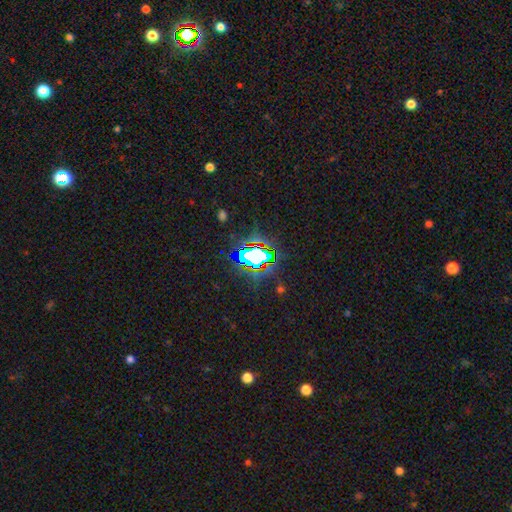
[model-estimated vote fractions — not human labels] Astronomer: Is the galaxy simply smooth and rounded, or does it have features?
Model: star or artifact — 68%.